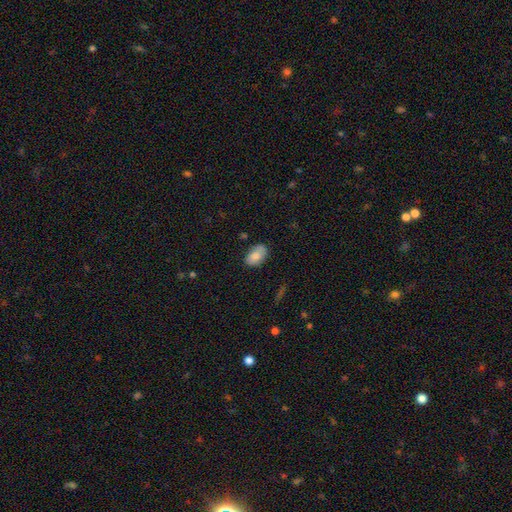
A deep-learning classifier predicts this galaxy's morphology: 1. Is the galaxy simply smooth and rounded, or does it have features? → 79% smooth, 14% featured or disk, 7% star or artifact.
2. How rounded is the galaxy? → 92% in between, 7% round, 2% cigar-shaped.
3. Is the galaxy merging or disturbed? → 71% none, 22% minor disturbance, 4% major disturbance, 2% merger.